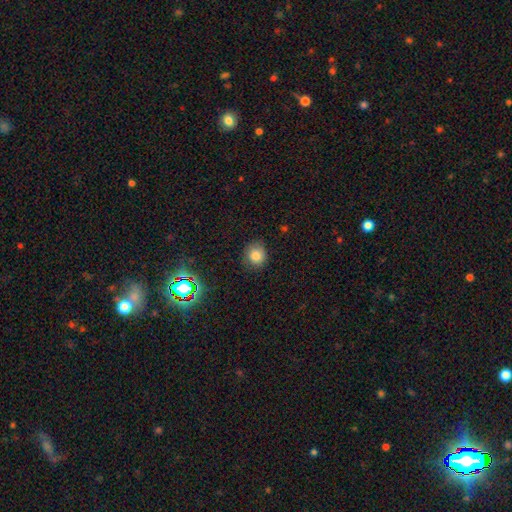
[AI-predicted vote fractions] smooth_or_featured: smooth (p=0.80) [alt: star or artifact p=0.13]
how_rounded: round (p=0.82) [alt: in between p=0.17]
merging: none (p=0.80) [alt: minor disturbance p=0.15]